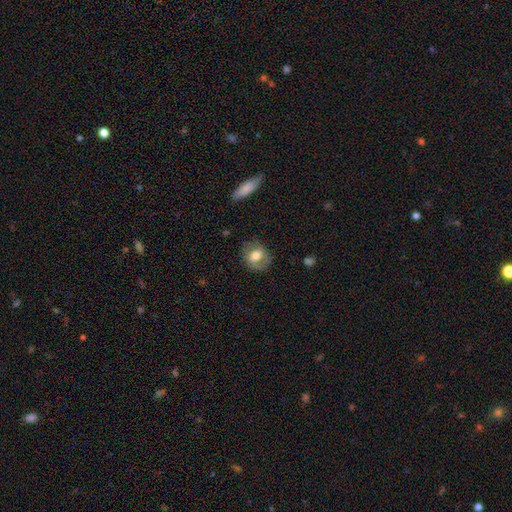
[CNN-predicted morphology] A smooth galaxy with no disk features (60%) that is round (56%). Merging: none (74%).